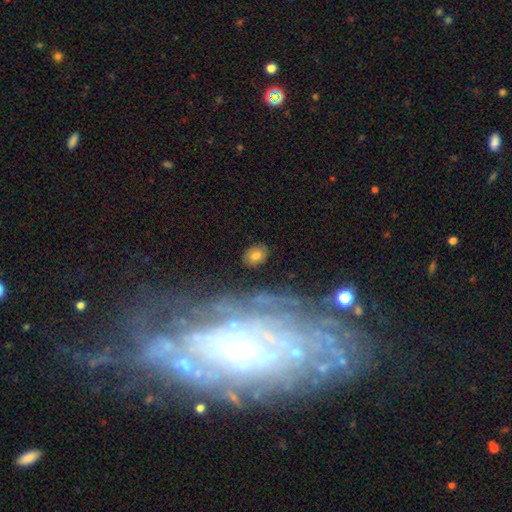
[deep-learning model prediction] Overall: smooth (73%). How rounded: in between (60%; round 39%). Merging: none (82%).